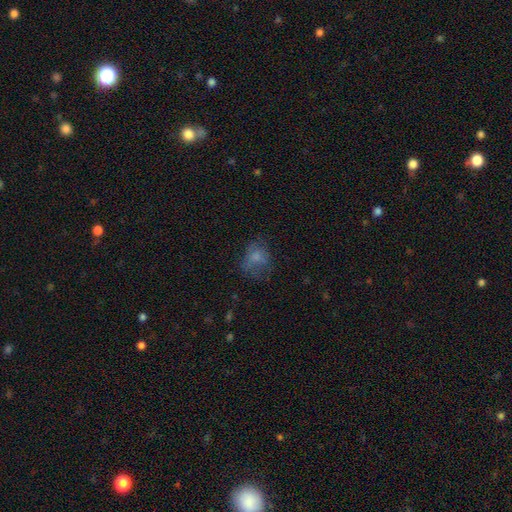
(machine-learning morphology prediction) Smooth or featured? smooth (58%)
How rounded? round (55%)
Merging? none (55%)